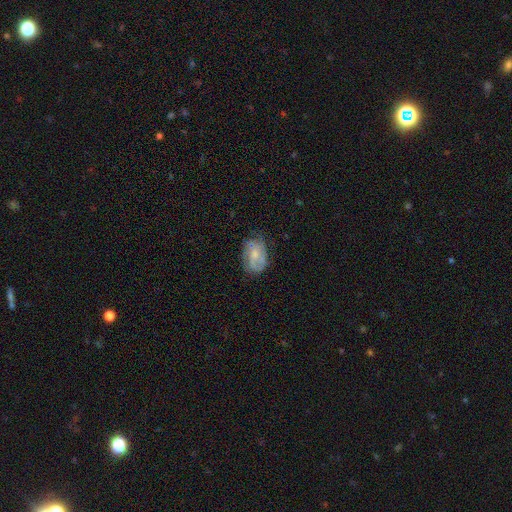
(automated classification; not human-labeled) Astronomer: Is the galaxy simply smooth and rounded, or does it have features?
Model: featured or disk — 59% (runner-up: smooth, 34%).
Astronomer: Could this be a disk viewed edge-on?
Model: no — 97%.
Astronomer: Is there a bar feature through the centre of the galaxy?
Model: no — 69%.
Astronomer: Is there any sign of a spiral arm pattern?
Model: yes — 79%.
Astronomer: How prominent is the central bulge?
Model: moderate — 45% (runner-up: small, 39%).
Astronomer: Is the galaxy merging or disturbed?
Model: none — 59%.